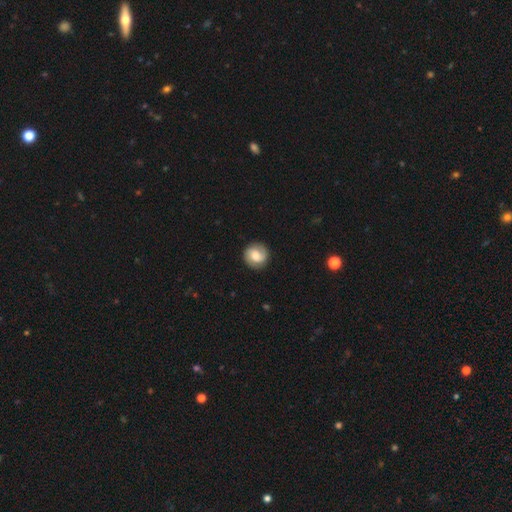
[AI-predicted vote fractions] This is possibly a smooth galaxy (50%). Merging: clearly none (86%).